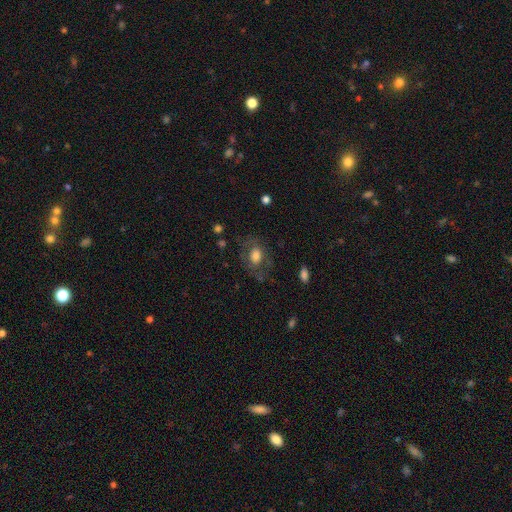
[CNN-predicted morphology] A smooth galaxy with no disk features (61%) that is in between round and cigar-shaped (64%).

Vote fractions:
- Smooth or featured? smooth: 61% / featured or disk: 29% / star or artifact: 10%
- How rounded? in between: 64% / round: 35% / cigar-shaped: 1%
- Merging? none: 64% / minor disturbance: 18% / major disturbance: 16% / merger: 2%